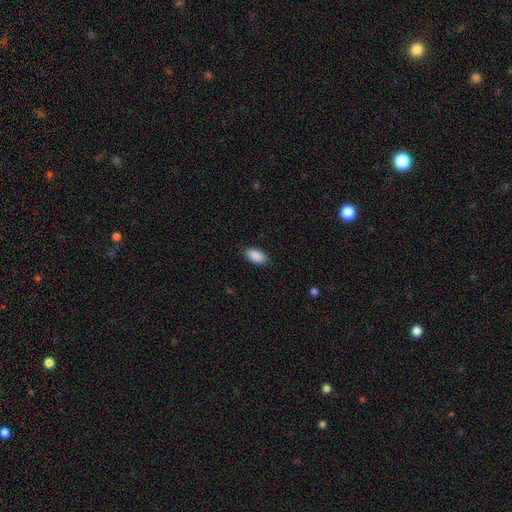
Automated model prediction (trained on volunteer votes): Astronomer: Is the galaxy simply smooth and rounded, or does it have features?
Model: smooth — 91%.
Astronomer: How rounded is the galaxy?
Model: in between — 94%.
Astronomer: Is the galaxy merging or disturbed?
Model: none — 87%.